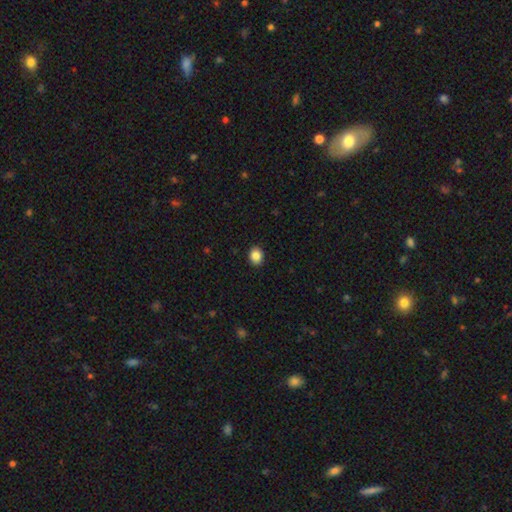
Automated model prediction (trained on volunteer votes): This is clearly a smooth galaxy (87%). How rounded: likely round (61%). Merging: clearly none (92%).